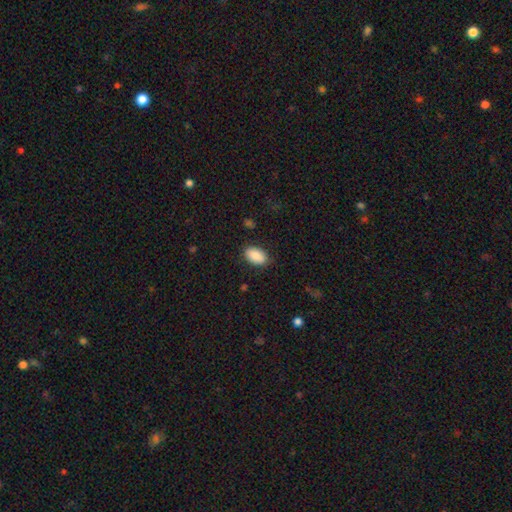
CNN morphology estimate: This appears to be a smooth galaxy with no disk features (87%) that is in between round and cigar-shaped (92%). Merging: none (84%).